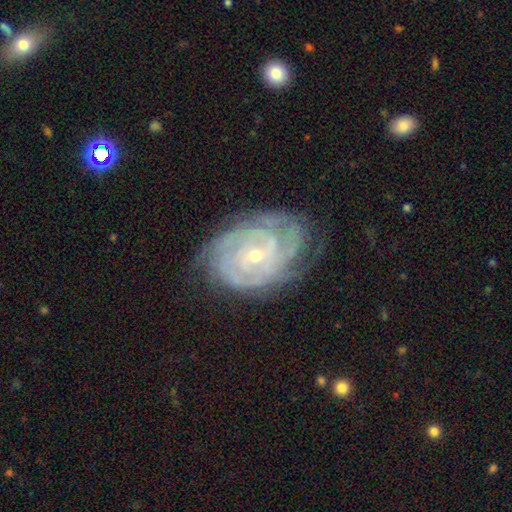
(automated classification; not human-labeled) Smooth or featured: featured or disk — 87% (smooth — 7%)
Edge-on disk: no — 97% (yes — 3%)
Bar: no — 54% (weak — 35%)
Spiral arms: yes — 95% (no — 5%)
Spiral winding: tight — 75% (medium — 20%)
Spiral arm count: can't tell — 36% (2 — 18%)
Bulge size: small — 68% (moderate — 29%)
Merging: none — 69% (minor disturbance — 21%)